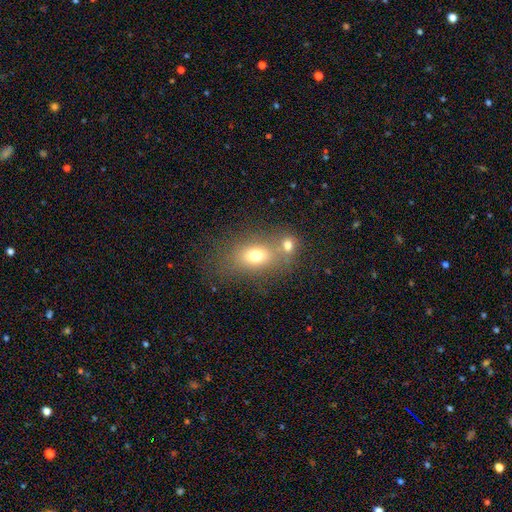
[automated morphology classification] Smooth or featured?
  - smooth: 69% *
  - featured or disk: 17%
  - star or artifact: 13%
How rounded?
  - in between: 71% *
  - round: 26%
  - cigar-shaped: 3%
Merging?
  - none: 45% *
  - merger: 38%
  - minor disturbance: 11%
  - major disturbance: 6%